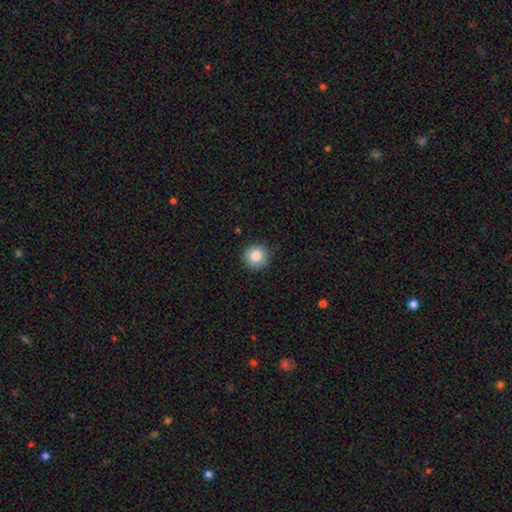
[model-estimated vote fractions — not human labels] Morphology: type=smooth (86%); roundness=round (94%); merging=none (90%).